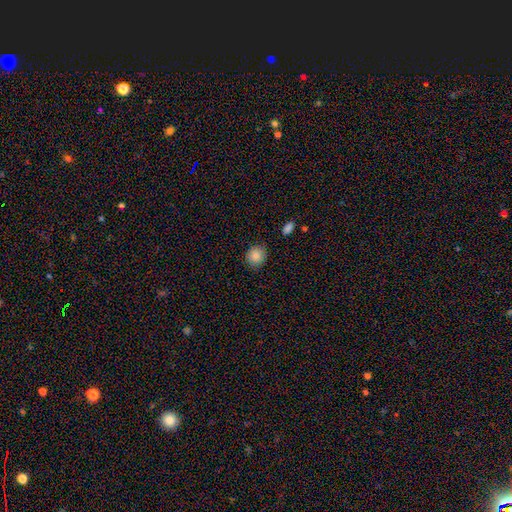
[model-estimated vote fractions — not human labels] Smooth or featured?
  - smooth: 87% *
  - star or artifact: 9%
  - featured or disk: 4%
How rounded?
  - round: 84% *
  - in between: 15%
  - cigar-shaped: 1%
Merging?
  - none: 85% *
  - minor disturbance: 11%
  - major disturbance: 3%
  - merger: 2%